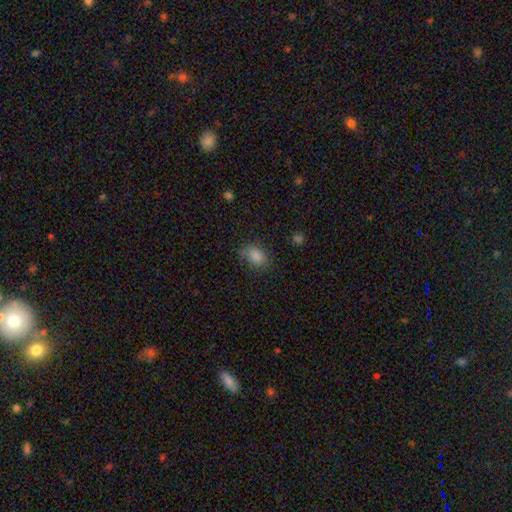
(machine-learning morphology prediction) This appears to be a smooth galaxy with no disk features (81%) that is in between round and cigar-shaped (71%). Merging: none (73%).